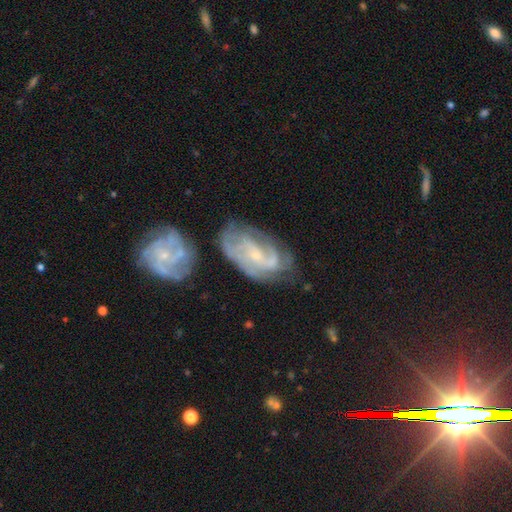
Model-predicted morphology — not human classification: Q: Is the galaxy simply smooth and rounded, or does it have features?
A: featured or disk — 81%.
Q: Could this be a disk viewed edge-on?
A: no — 96%.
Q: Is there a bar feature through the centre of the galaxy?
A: no — 55%.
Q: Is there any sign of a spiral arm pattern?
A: yes — 91%.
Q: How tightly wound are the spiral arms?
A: tight — 48%.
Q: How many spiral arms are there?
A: can't tell — 37%.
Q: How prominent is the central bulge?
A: small — 75%.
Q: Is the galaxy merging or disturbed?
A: none — 51%.